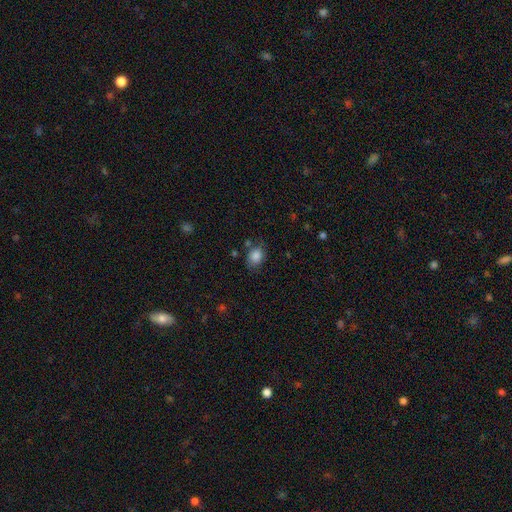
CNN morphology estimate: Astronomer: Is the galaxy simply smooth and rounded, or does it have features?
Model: smooth — 84%.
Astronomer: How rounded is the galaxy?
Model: in between — 53% (runner-up: round, 46%).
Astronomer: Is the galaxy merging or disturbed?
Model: none — 69%.